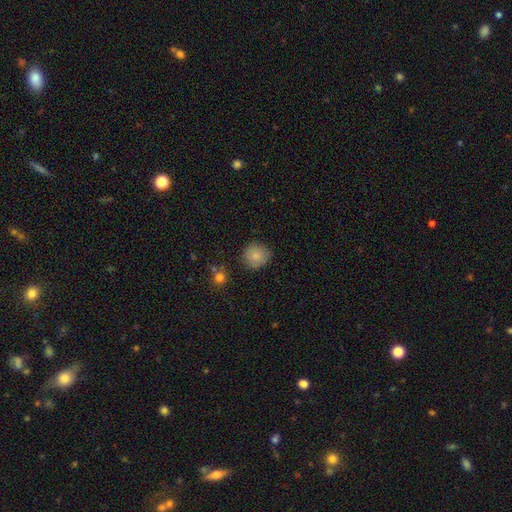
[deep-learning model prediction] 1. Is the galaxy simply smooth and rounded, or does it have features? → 84% smooth, 9% star or artifact, 7% featured or disk.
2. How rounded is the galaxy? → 91% round, 8% in between, 1% cigar-shaped.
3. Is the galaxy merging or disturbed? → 83% none, 12% minor disturbance, 3% major disturbance, 2% merger.